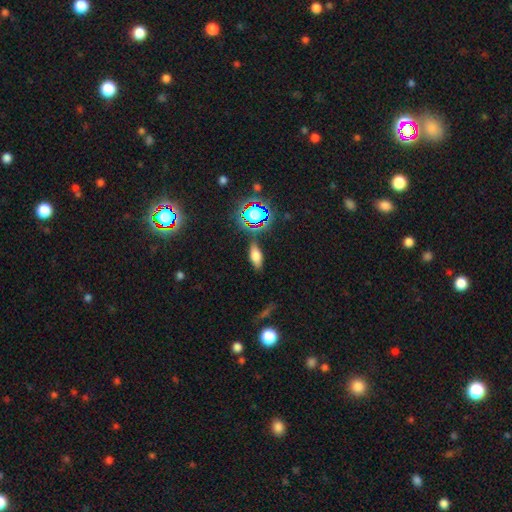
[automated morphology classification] A smooth galaxy with no disk features (63%) that is in between round and cigar-shaped (71%). Merging: none (77%).